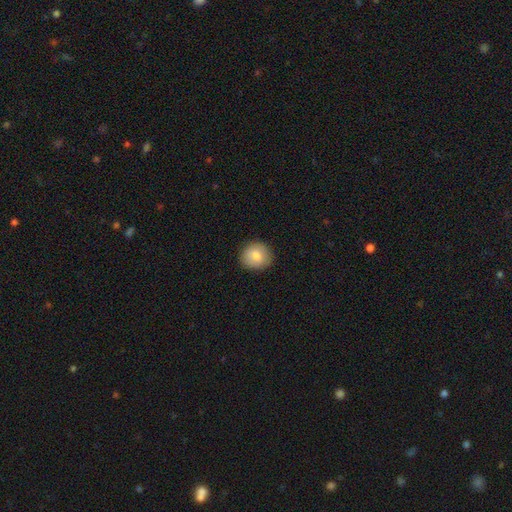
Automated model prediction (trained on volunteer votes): Overall: smooth (83%). How rounded: round (84%). Merging: none (88%).